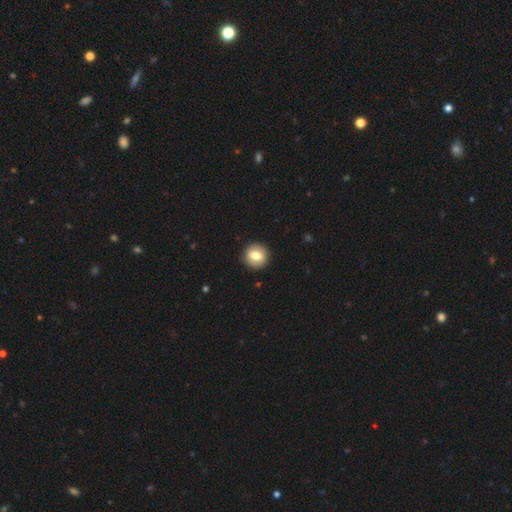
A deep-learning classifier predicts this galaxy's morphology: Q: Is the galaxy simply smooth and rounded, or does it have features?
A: smooth — 75%.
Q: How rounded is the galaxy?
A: round — 88%.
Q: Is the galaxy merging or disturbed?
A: none — 91%.